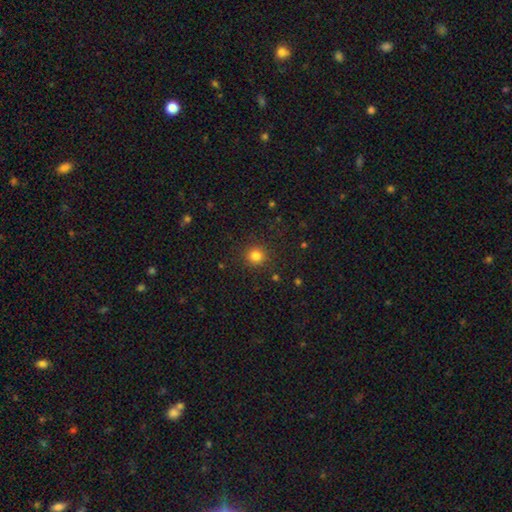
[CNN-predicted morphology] smooth 82%, star or artifact 13%, featured or disk 5%. Down the decision tree: how rounded — round (93%); merging — none (90%).